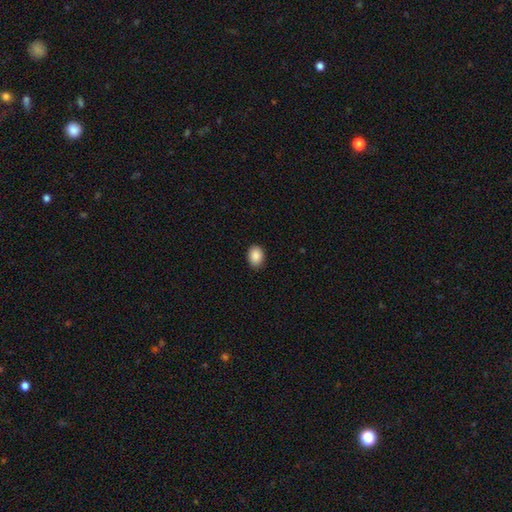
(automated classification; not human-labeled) A smooth galaxy with no disk features (89%) that is in between round and cigar-shaped (68%).

Vote fractions:
- Smooth or featured? smooth: 89% / star or artifact: 8% / featured or disk: 3%
- How rounded? in between: 68% / round: 31% / cigar-shaped: 1%
- Merging? none: 89% / minor disturbance: 8% / major disturbance: 2% / merger: 1%